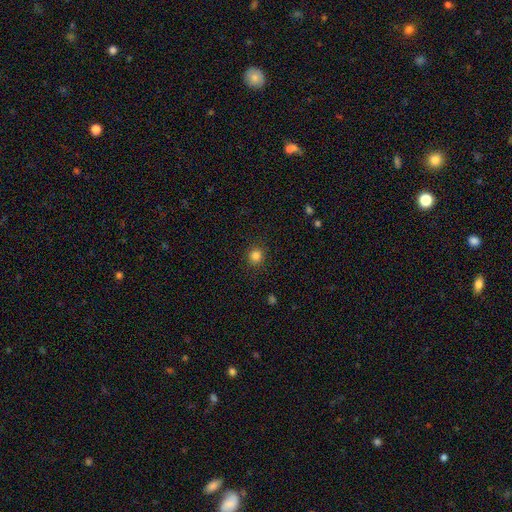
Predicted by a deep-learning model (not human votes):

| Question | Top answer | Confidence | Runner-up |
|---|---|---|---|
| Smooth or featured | smooth | 83% | star or artifact (13%) |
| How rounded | round | 91% | in between (8%) |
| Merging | none | 90% | minor disturbance (7%) |